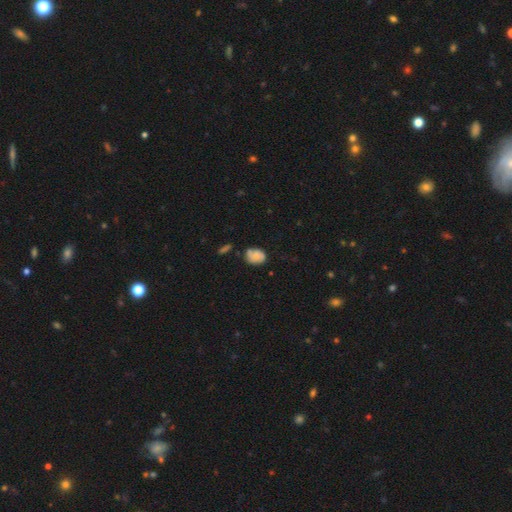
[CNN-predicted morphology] smooth-or-featured: smooth: 66% | featured or disk: 26% | star or artifact: 9%
  how-rounded: in between: 62% | round: 37% | cigar-shaped: 1%
  merging: none: 57% | minor disturbance: 29% | major disturbance: 7% | merger: 7%